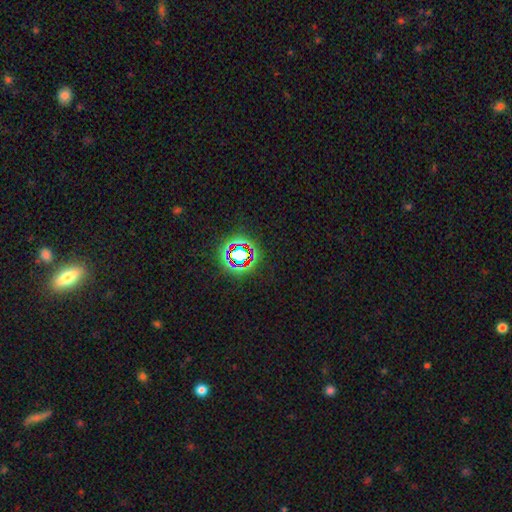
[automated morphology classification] Smooth or featured? star or artifact (60%)